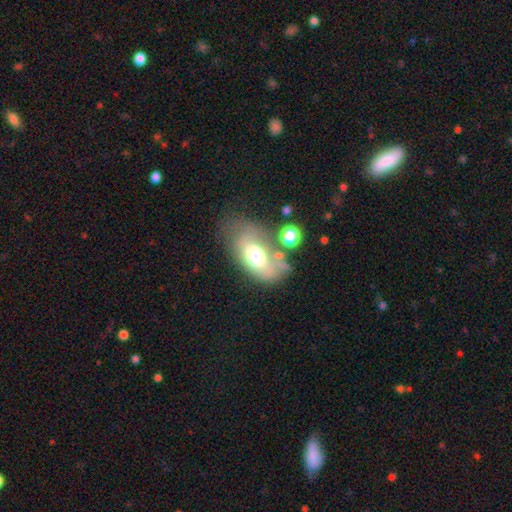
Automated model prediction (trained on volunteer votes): Smooth or featured? Predicted: smooth (p=0.60). How rounded? Predicted: in between (p=0.87). Merging? Predicted: none (p=0.44).